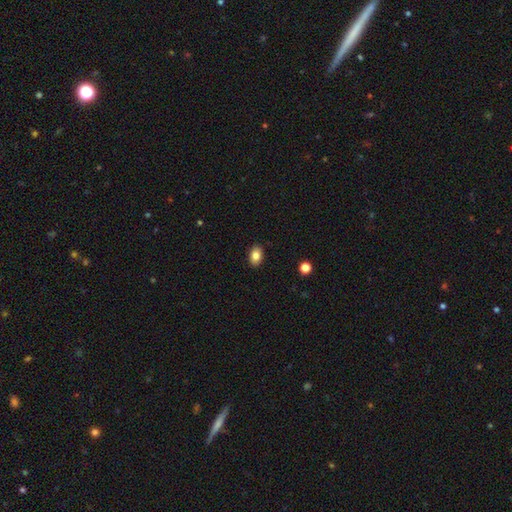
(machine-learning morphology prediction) Overall: smooth (84%). How rounded: in between (86%). Merging: none (89%).